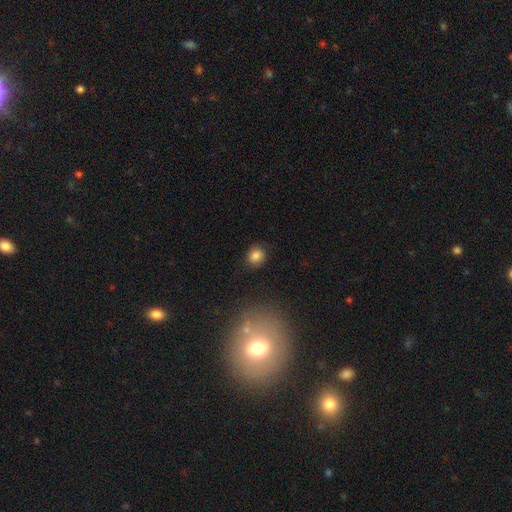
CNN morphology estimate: This is clearly a smooth galaxy (83%). How rounded: likely round (78%). Merging: clearly none (85%).